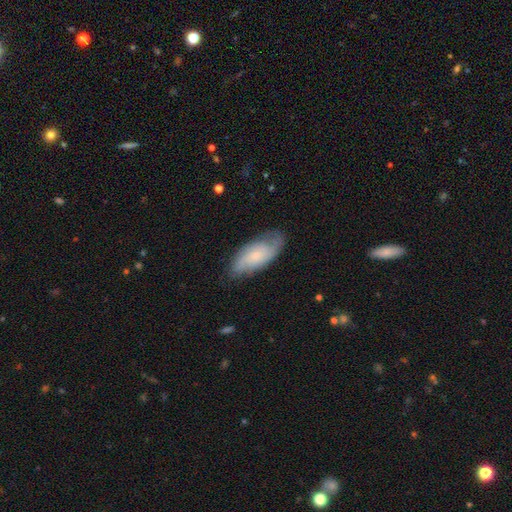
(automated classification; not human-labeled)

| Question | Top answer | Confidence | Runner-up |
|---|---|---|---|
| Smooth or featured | featured or disk | 52% | smooth (41%) |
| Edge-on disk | no | 90% | yes (10%) |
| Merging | none | 68% | minor disturbance (24%) |